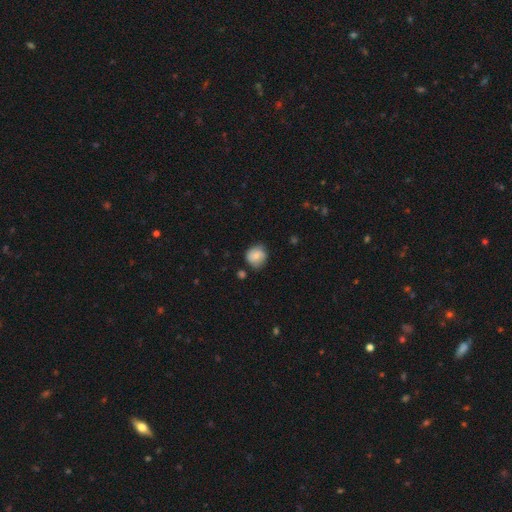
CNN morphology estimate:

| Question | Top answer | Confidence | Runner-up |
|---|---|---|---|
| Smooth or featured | smooth | 72% | featured or disk (20%) |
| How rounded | round | 85% | in between (14%) |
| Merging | none | 69% | minor disturbance (24%) |